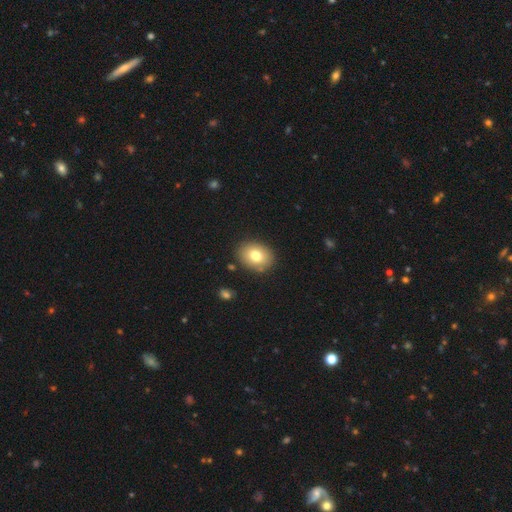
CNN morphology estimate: Q: Smooth or featured?
A: smooth (76%); runner-up: featured or disk (15%)
Q: How rounded?
A: in between (57%); runner-up: round (42%)
Q: Merging?
A: none (86%); runner-up: minor disturbance (9%)